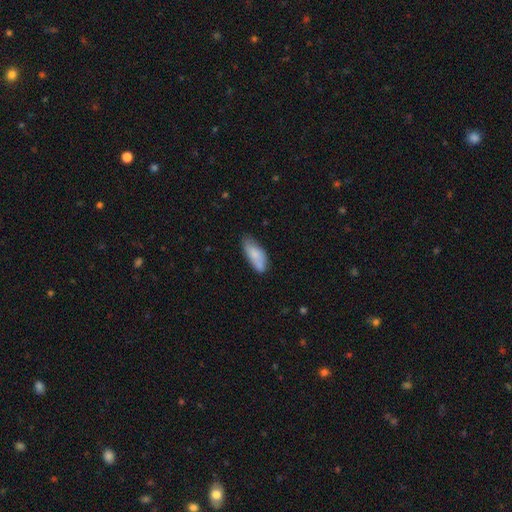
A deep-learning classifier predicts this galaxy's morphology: A smooth galaxy with no disk features (78%) that is in between round and cigar-shaped (76%). Merging: none (60%).